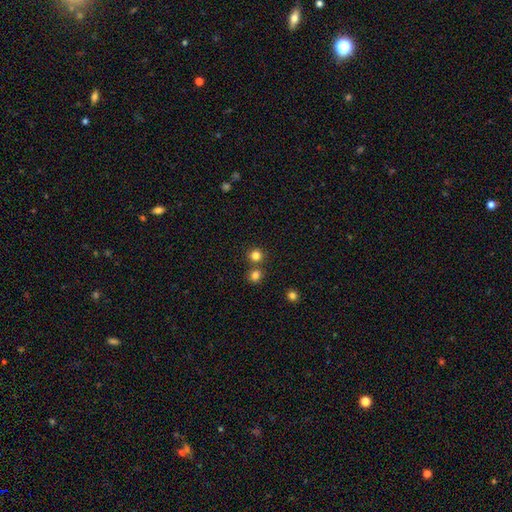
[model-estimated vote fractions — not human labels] Morphology: type=smooth (80%); roundness=round (93%); merging=none (72%).